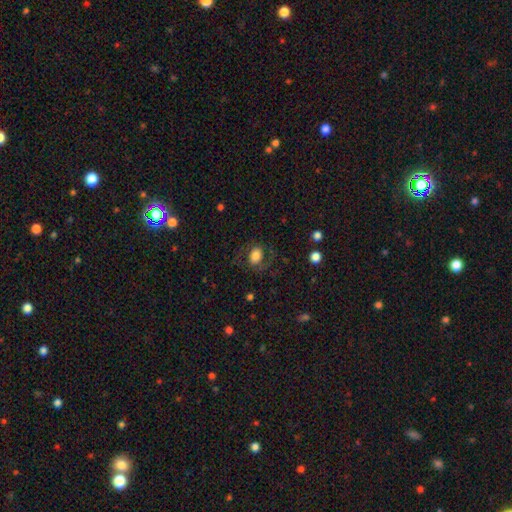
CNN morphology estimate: Smooth or featured? Predicted: smooth (p=0.61). How rounded? Predicted: in between (p=0.64). Merging? Predicted: none (p=0.67).